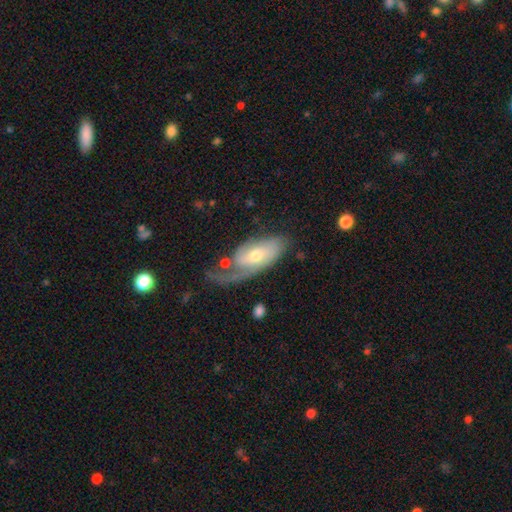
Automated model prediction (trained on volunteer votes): This is likely a featured or disk galaxy (63%). It is clearly not viewed edge-on (90%). Bar: possibly no (57%). Spiral arm pattern: likely yes (80%). Central bulge: likely moderate (61%). Merging: marginally major disturbance (37%).